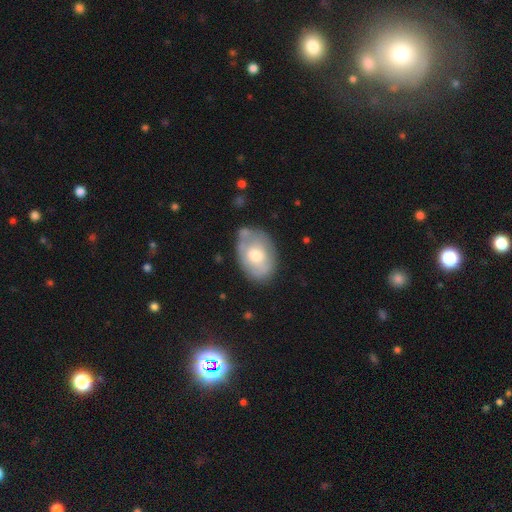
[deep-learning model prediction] smooth_or_featured: smooth (p=0.54) [alt: featured or disk p=0.40]
how_rounded: in between (p=0.82) [alt: round p=0.17]
merging: none (p=0.64) [alt: minor disturbance p=0.23]